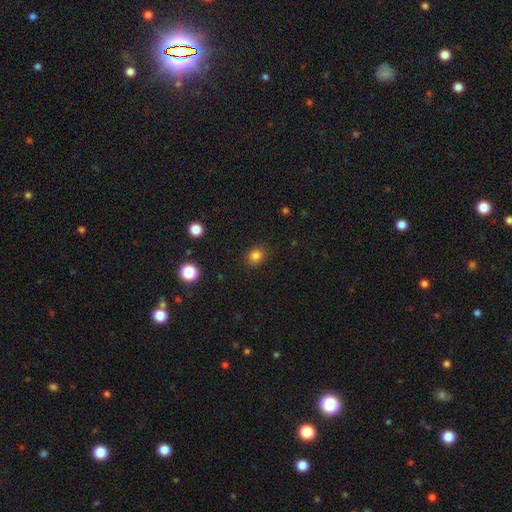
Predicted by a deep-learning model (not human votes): The model was most divided on "how rounded": round: 73%, in between: 26%, cigar-shaped: 1%. More confident: merging — none (86%); smooth or featured — smooth (82%).